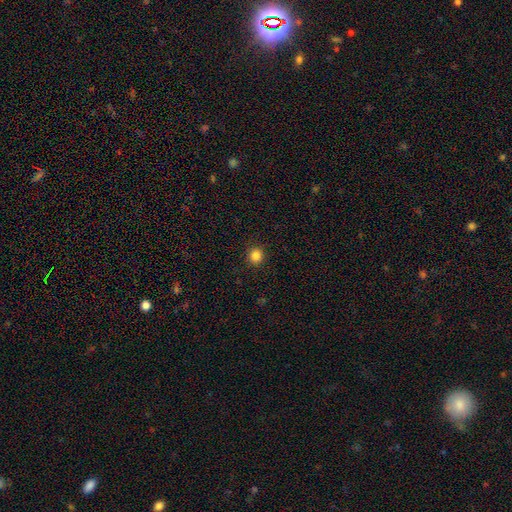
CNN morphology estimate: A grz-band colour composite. It shows a smooth galaxy with no disk features (85%) that is round (89%). Merging: none (91%).